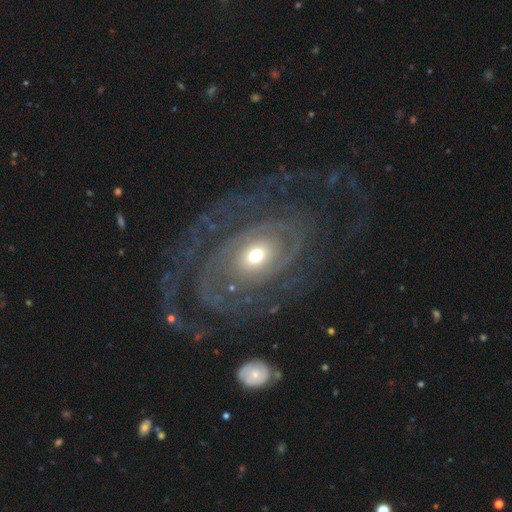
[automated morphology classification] type=featured or disk (79%); edge-on=no (95%); bar=no (78%); spiral arms=yes (81%); winding=tight (55%); arm count=can't tell (35%); bulge=moderate (57%); merging=none (62%).